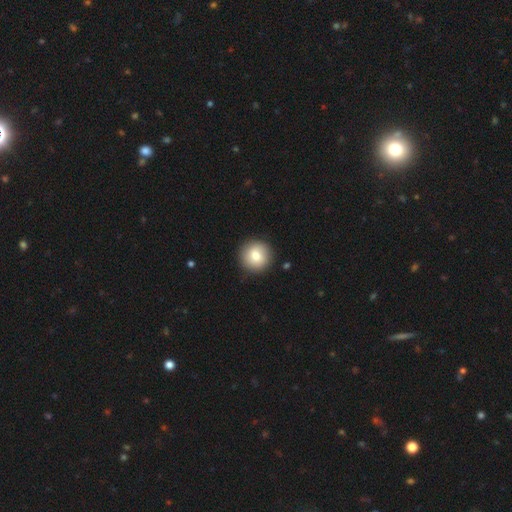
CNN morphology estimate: type=smooth (80%); roundness=round (95%); merging=none (91%).